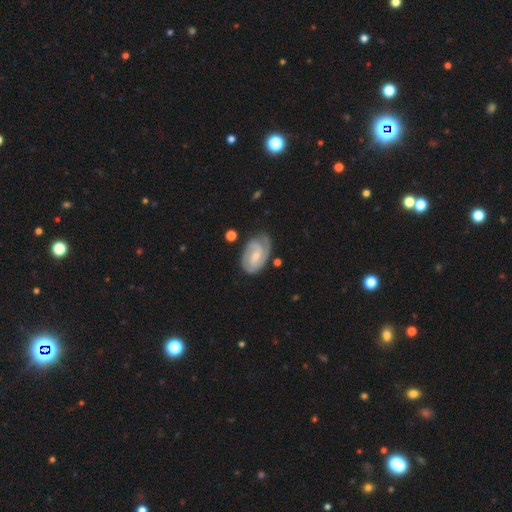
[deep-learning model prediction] Morphology: type=featured or disk (79%); edge-on=no (97%); bar=weak (48%); spiral arms=yes (95%); winding=tight (53%); arm count=2 (69%); bulge=small (53%); merging=none (68%).